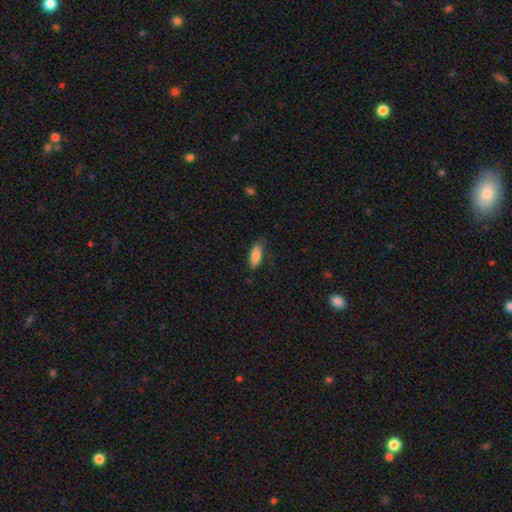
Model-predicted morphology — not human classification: This is clearly a smooth galaxy (85%). How rounded: likely in between (68%). Merging: likely none (74%).